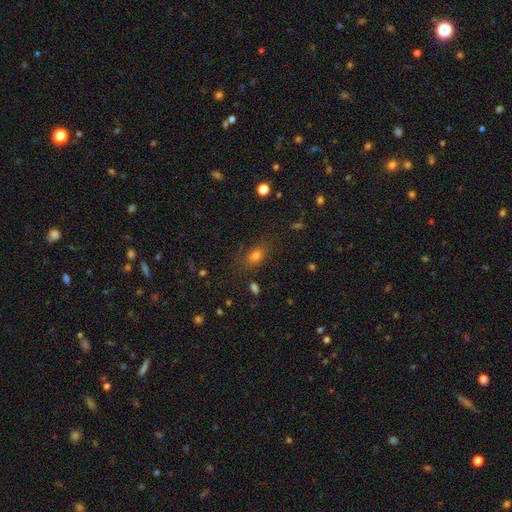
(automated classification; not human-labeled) Smooth or featured? Predicted: smooth (p=0.70). How rounded? Predicted: in between (p=0.65). Merging? Predicted: none (p=0.77).